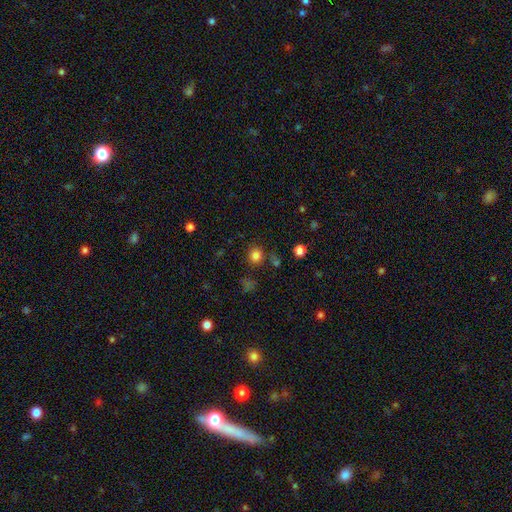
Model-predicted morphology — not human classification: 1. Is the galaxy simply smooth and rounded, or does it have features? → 80% smooth, 15% star or artifact, 5% featured or disk.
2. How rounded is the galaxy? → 84% round, 15% in between, 1% cigar-shaped.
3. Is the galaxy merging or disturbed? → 80% none, 11% minor disturbance, 5% merger, 4% major disturbance.